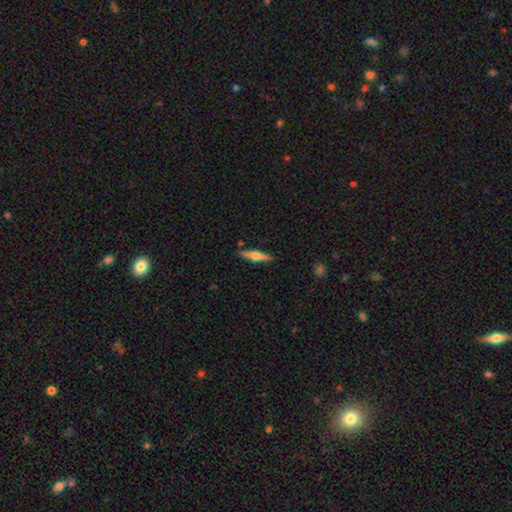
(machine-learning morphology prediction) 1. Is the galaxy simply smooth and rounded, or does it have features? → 60% featured or disk, 34% smooth, 6% star or artifact.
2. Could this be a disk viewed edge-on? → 97% yes, 3% no.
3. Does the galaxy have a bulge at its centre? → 91% rounded, 7% boxy, 3% none.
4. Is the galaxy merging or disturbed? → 89% none, 8% minor disturbance, 2% major disturbance, 2% merger.